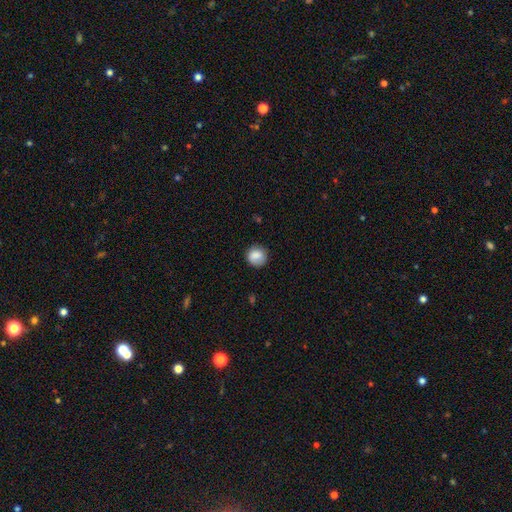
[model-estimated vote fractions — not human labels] Smooth or featured: smooth — 83% (star or artifact — 8%)
How rounded: round — 88% (in between — 11%)
Merging: none — 77% (minor disturbance — 17%)